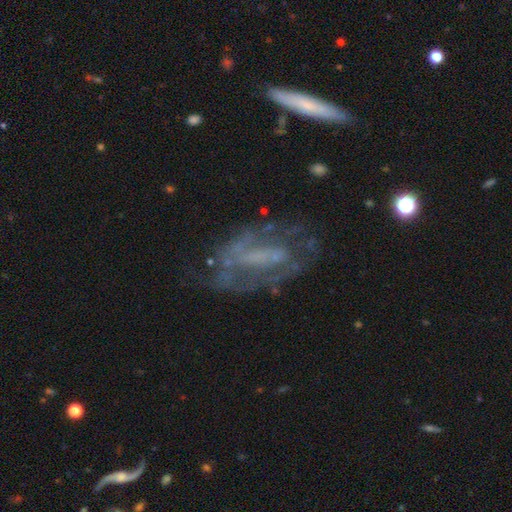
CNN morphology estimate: smooth_or_featured: featured or disk (p=0.72) [alt: smooth p=0.17]
disk_edge_on: no (p=0.92) [alt: yes p=0.08]
bar: no (p=0.42) [alt: weak p=0.36]
has_spiral_arms: yes (p=0.59) [alt: no p=0.41]
bulge_size: none (p=0.58) [alt: small p=0.22]
merging: none (p=0.52) [alt: major disturbance p=0.23]